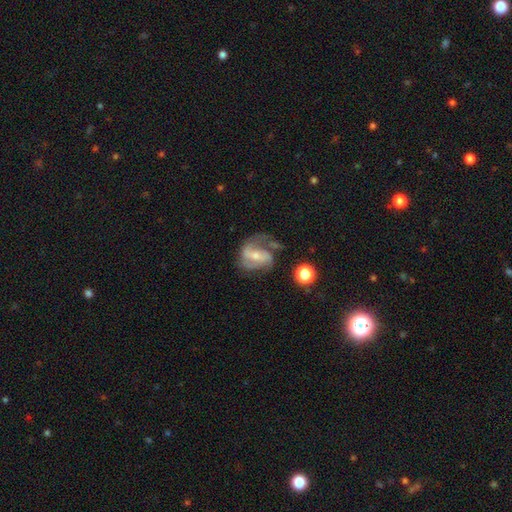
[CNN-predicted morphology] featured or disk 80%, smooth 13%, star or artifact 7%. Down the decision tree: edge-on disk — no (97%); bar — weak (43%); spiral arms — yes (91%); spiral arm count — 2 (56%); spiral winding — medium (48%); bulge size — moderate (48%); merging — none (43%).